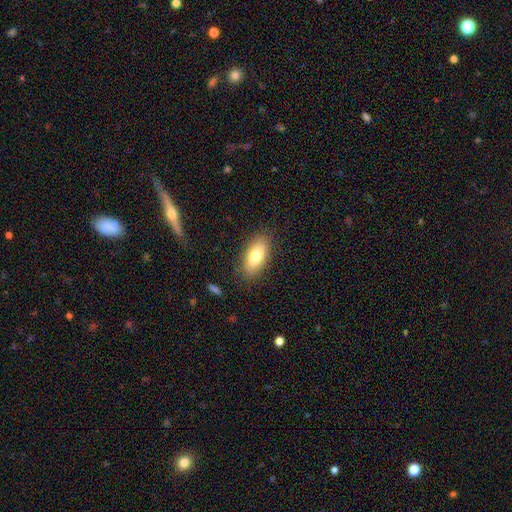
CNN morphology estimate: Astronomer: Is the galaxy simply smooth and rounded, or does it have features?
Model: smooth — 76%.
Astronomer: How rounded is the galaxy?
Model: in between — 86%.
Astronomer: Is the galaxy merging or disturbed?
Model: none — 85%.